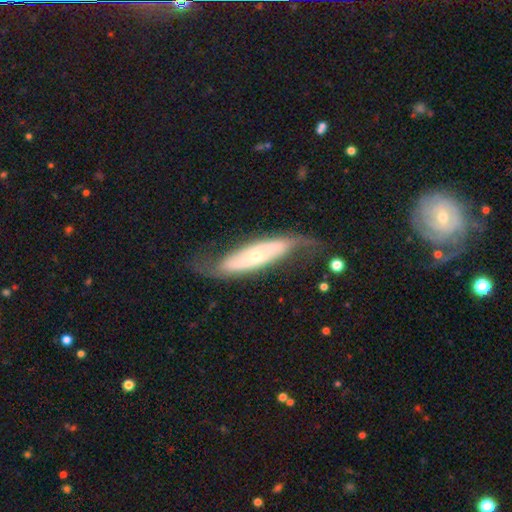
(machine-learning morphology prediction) Smooth or featured?
  - featured or disk: 72% *
  - smooth: 22%
  - star or artifact: 6%
Edge-on disk?
  - no: 75% *
  - yes: 25%
Bar?
  - no: 69% *
  - weak: 19%
  - strong: 12%
Spiral arms?
  - yes: 81% *
  - no: 19%
Bulge size?
  - small: 65% *
  - moderate: 30%
  - large: 3%
  - none: 1%
  - dominant: 1%
Merging?
  - none: 60% *
  - minor disturbance: 22%
  - major disturbance: 15%
  - merger: 2%